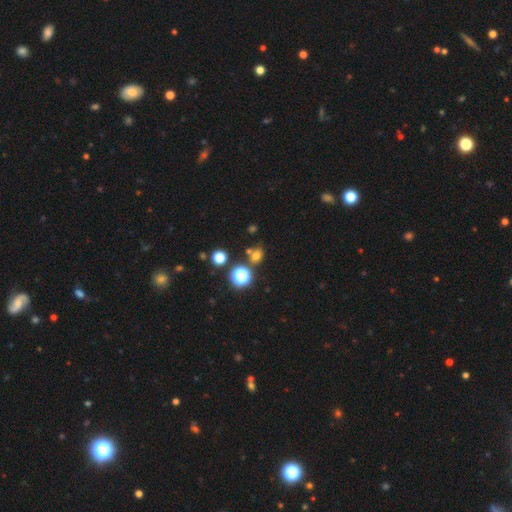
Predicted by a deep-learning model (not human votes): This appears to be a smooth galaxy with no disk features (67%) that is round (65%). Merging: none (68%).